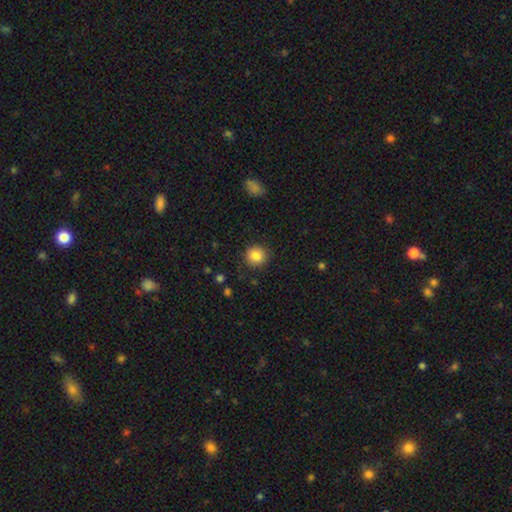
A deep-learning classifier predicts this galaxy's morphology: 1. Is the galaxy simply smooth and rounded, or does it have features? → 85% smooth, 10% star or artifact, 6% featured or disk.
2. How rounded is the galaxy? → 91% round, 8% in between, 1% cigar-shaped.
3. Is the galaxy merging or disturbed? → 89% none, 7% minor disturbance, 2% major disturbance, 1% merger.